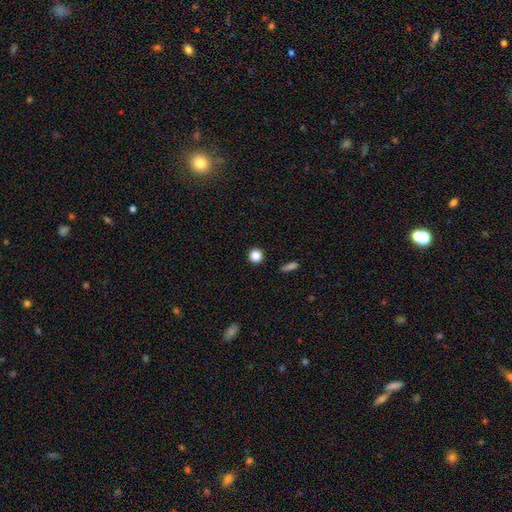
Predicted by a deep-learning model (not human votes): smooth 86%, star or artifact 11%, featured or disk 4%. Down the decision tree: how rounded — round (92%); merging — none (92%).